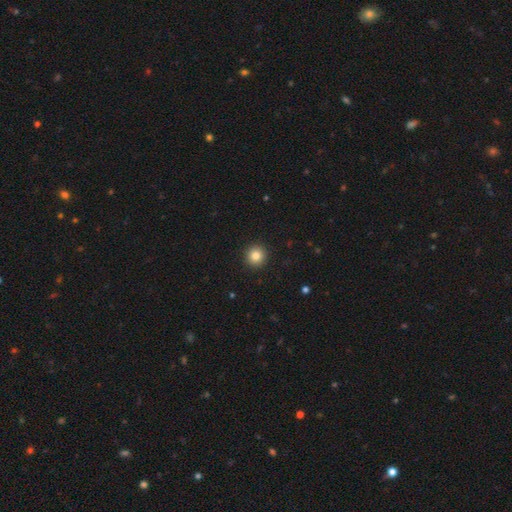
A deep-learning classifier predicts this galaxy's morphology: This appears to be a smooth galaxy with no disk features (83%) that is round (95%). Merging: none (93%).